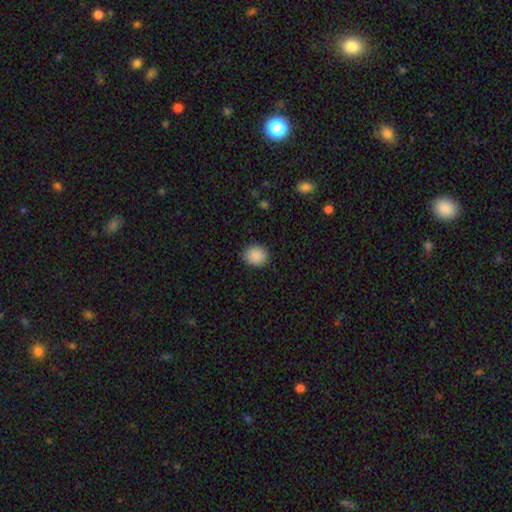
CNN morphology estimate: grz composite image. It shows a smooth galaxy with no disk features (89%) that is round (72%). Merging: none (87%).